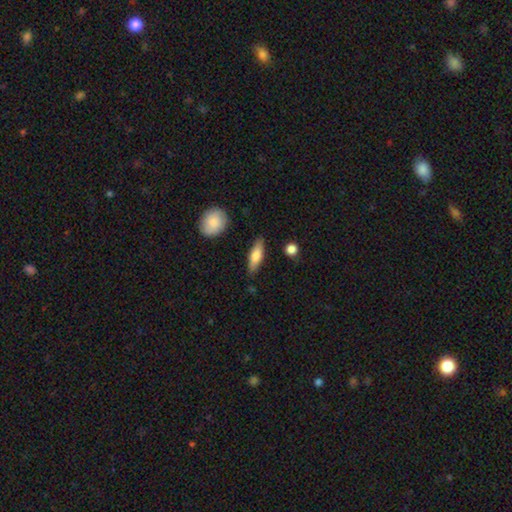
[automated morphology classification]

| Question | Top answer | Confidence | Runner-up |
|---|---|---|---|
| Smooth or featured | smooth | 65% | featured or disk (29%) |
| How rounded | cigar-shaped | 51% | in between (46%) |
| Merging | none | 84% | minor disturbance (11%) |